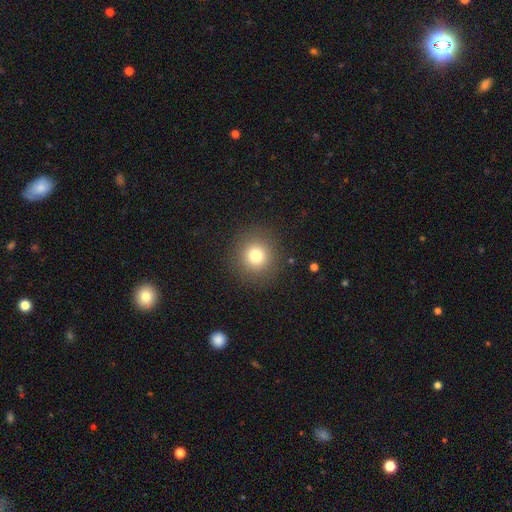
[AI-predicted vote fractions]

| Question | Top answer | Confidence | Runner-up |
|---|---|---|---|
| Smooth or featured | smooth | 77% | star or artifact (14%) |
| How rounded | round | 94% | in between (5%) |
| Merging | none | 90% | minor disturbance (6%) |